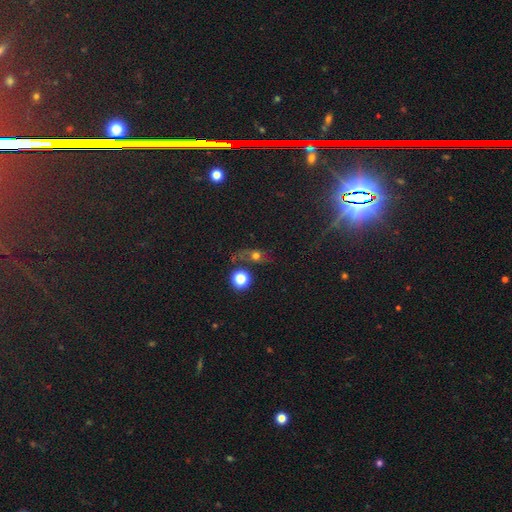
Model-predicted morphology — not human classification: smooth_or_featured: smooth (p=0.47) [alt: star or artifact p=0.28]
merging: none (p=0.57) [alt: minor disturbance p=0.18]